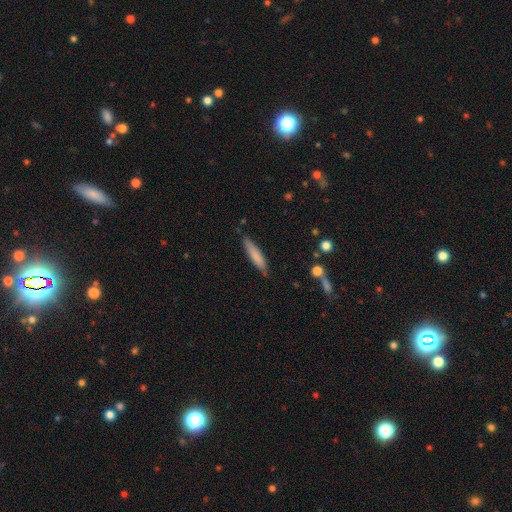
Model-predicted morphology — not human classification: Overall: smooth (76%). How rounded: cigar-shaped (87%). Merging: none (83%).